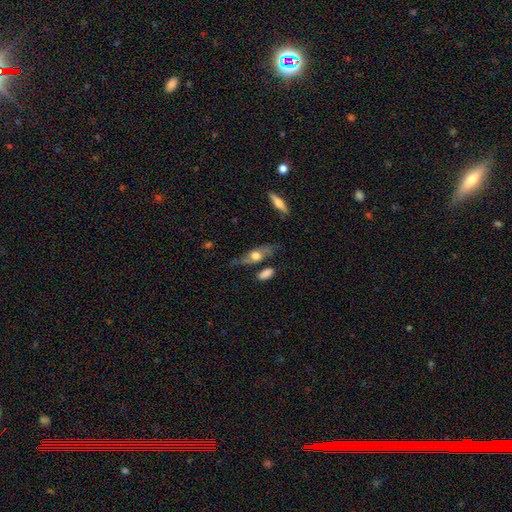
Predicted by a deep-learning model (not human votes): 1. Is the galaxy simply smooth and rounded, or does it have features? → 50% featured or disk, 43% smooth, 7% star or artifact.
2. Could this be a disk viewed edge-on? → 56% yes, 44% no.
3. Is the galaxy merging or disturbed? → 59% none, 24% minor disturbance, 10% major disturbance, 7% merger.